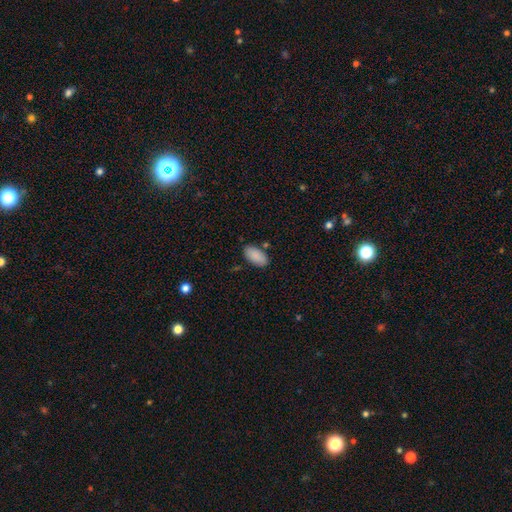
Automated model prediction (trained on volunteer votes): Smooth or featured? smooth (89%)
How rounded? in between (94%)
Merging? none (81%)